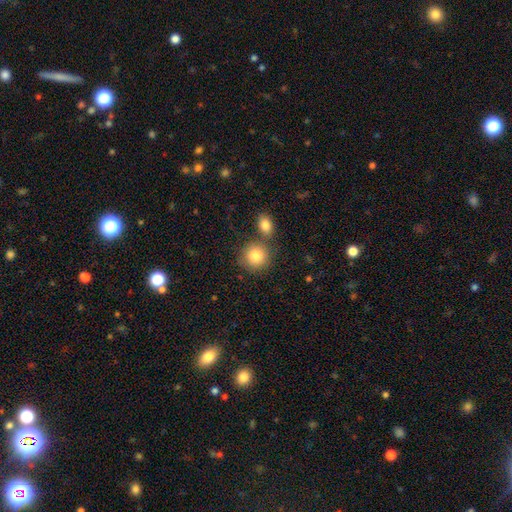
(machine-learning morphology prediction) This is clearly a smooth galaxy (84%). How rounded: clearly round (88%). Merging: likely none (66%).